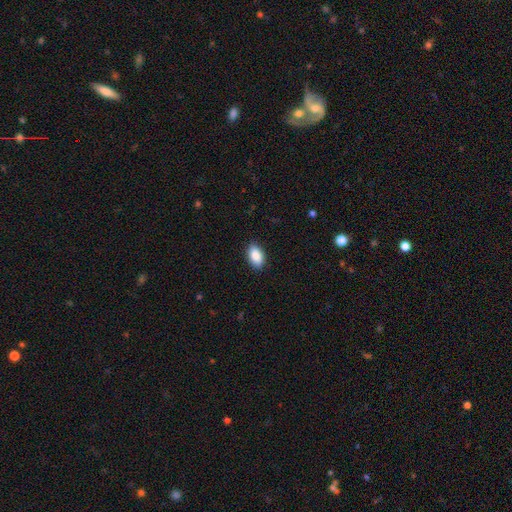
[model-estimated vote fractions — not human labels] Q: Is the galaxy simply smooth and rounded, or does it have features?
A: smooth — 89%.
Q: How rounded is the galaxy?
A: in between — 92%.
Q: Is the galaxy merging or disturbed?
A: none — 88%.